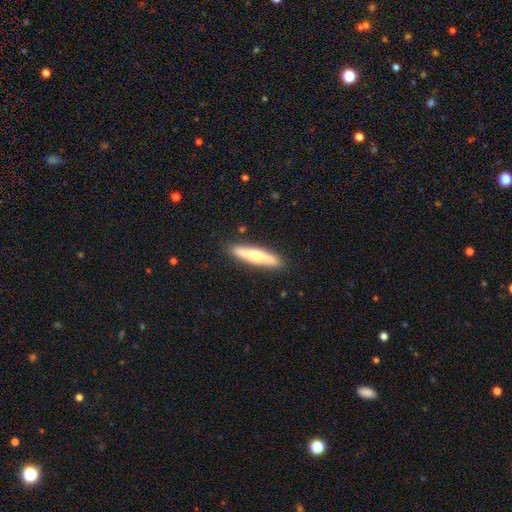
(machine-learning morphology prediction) A smooth galaxy with no disk features (53%) that is cigar-shaped (89%). Merging: none (89%).